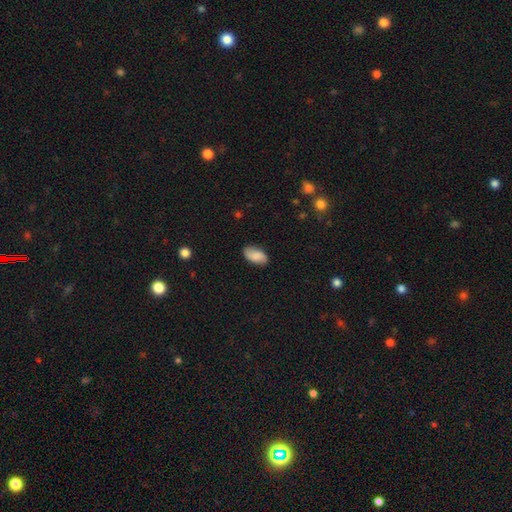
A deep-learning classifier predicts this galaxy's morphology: Smooth or featured? smooth (77%)
How rounded? in between (94%)
Merging? none (81%)